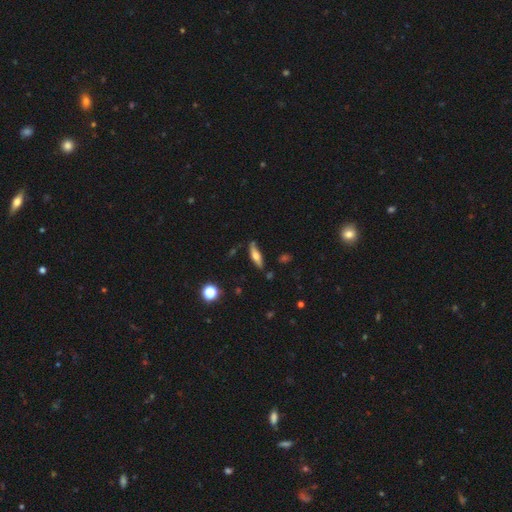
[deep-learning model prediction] A smooth galaxy with no disk features (49%). Merging: none (80%).